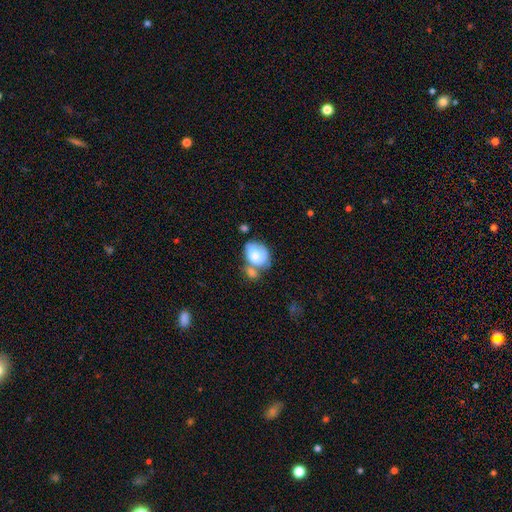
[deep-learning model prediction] Smooth or featured?
  - smooth: 69% *
  - featured or disk: 24%
  - star or artifact: 7%
How rounded?
  - in between: 64% *
  - round: 35%
  - cigar-shaped: 1%
Merging?
  - merger: 41% *
  - none: 28%
  - minor disturbance: 20%
  - major disturbance: 11%